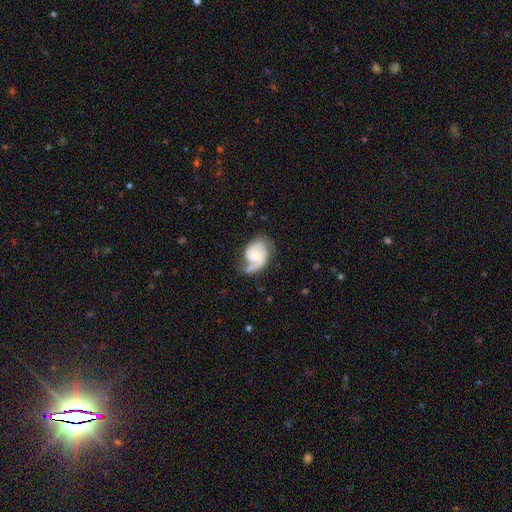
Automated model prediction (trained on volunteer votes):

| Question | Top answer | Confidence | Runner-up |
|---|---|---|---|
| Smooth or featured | featured or disk | 77% | smooth (17%) |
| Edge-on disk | no | 98% | yes (2%) |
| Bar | no | 59% | weak (34%) |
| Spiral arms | yes | 94% | no (6%) |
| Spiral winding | medium | 43% | tight (36%) |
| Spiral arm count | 2 | 62% | 1 (29%) |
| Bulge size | moderate | 50% | small (38%) |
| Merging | none | 51% | minor disturbance (28%) |